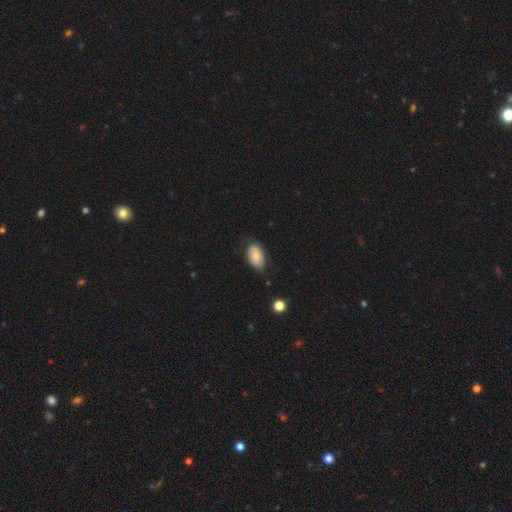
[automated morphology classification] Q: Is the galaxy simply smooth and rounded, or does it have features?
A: smooth — 71%.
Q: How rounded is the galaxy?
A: in between — 90%.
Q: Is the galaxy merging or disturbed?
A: none — 66%.